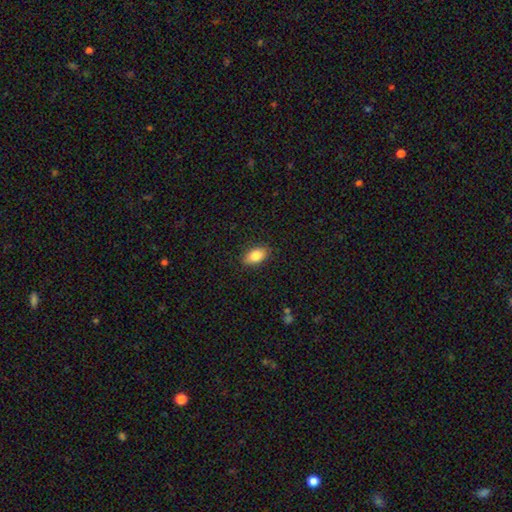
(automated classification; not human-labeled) Smooth or featured? Predicted: smooth (p=0.84). How rounded? Predicted: in between (p=0.90). Merging? Predicted: none (p=0.87).